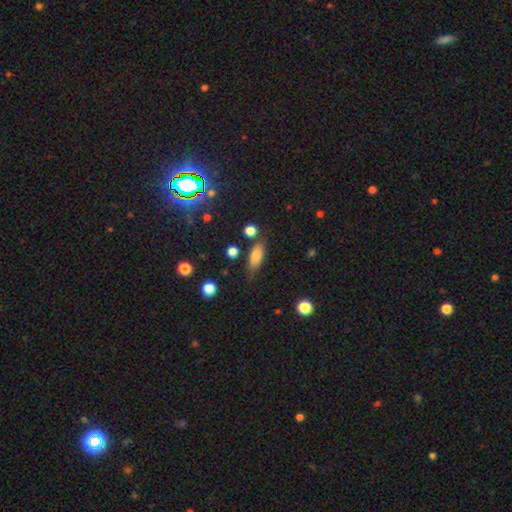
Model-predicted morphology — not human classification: smooth 79%, featured or disk 12%, star or artifact 9%. Down the decision tree: how rounded — in between (74%); merging — none (70%).